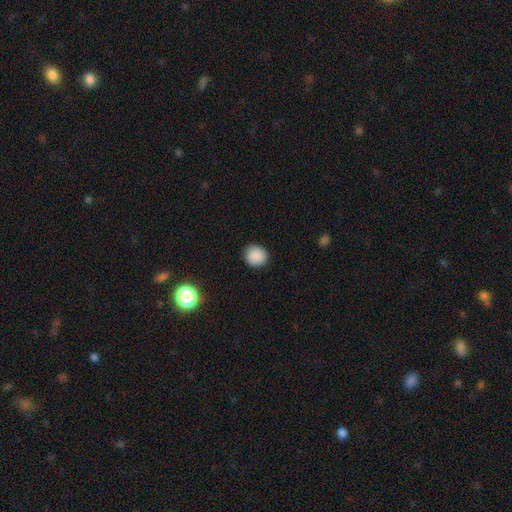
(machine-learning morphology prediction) The model was most divided on "how rounded": round: 88%, in between: 11%, cigar-shaped: 1%. More confident: merging — none (89%); smooth or featured — smooth (88%).